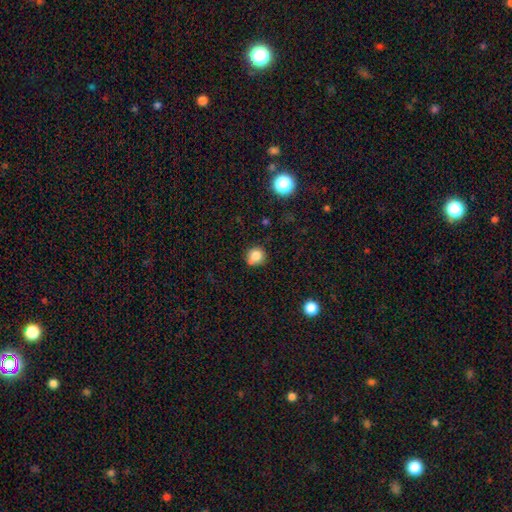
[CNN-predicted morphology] This appears to be a smooth galaxy with no disk features (81%) that is round (89%). Merging: none (68%).